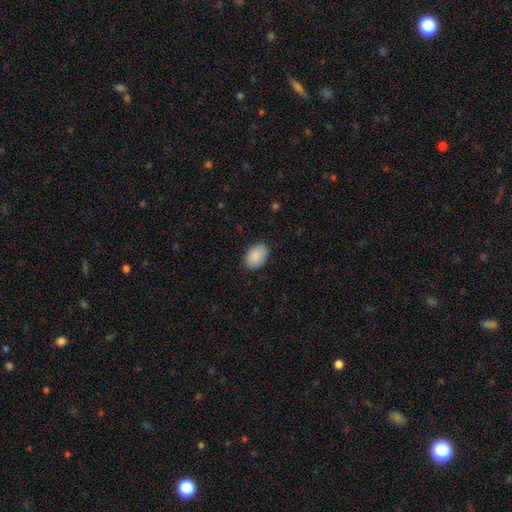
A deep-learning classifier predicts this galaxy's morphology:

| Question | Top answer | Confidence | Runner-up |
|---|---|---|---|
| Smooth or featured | smooth | 90% | star or artifact (6%) |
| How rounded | in between | 85% | round (14%) |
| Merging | none | 86% | minor disturbance (11%) |